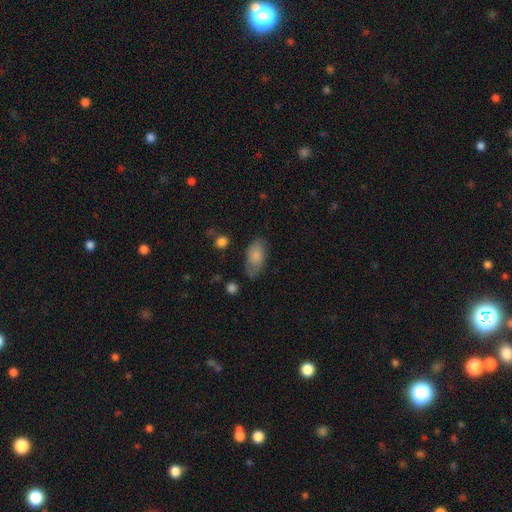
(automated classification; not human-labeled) smooth 79%, featured or disk 14%, star or artifact 7%. Down the decision tree: how rounded — in between (92%); merging — none (63%).